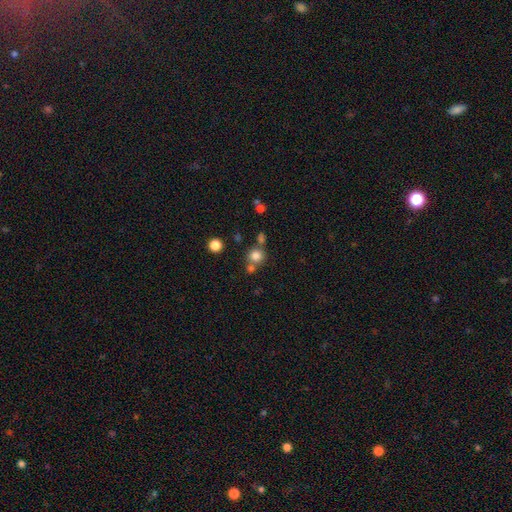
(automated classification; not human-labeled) smooth_or_featured: smooth (p=0.79) [alt: star or artifact p=0.14]
how_rounded: round (p=0.91) [alt: in between p=0.08]
merging: none (p=0.65) [alt: merger p=0.23]